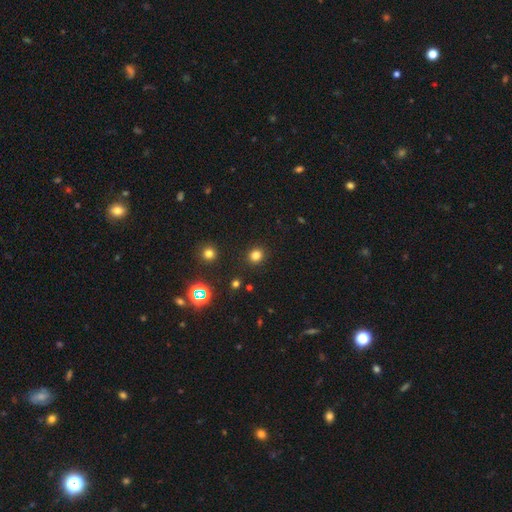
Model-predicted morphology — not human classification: A smooth galaxy with no disk features (78%) that is round (86%).

Vote fractions:
- Smooth or featured? smooth: 78% / star or artifact: 17% / featured or disk: 5%
- How rounded? round: 86% / in between: 13% / cigar-shaped: 1%
- Merging? none: 91% / minor disturbance: 6% / major disturbance: 2% / merger: 2%